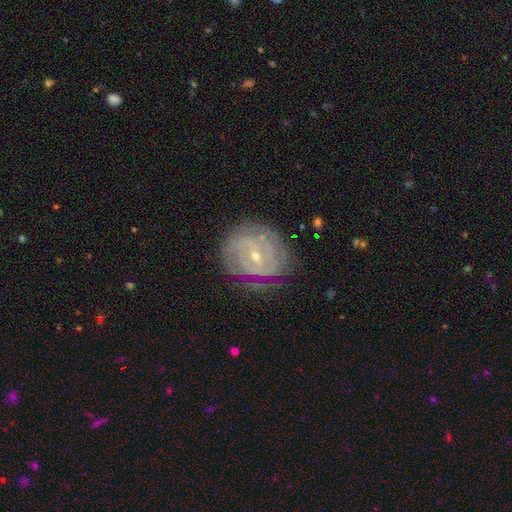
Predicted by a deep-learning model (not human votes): Smooth or featured?
  - featured or disk: 84% *
  - smooth: 9%
  - star or artifact: 7%
Edge-on disk?
  - no: 97% *
  - yes: 3%
Bar?
  - weak: 45% *
  - no: 38%
  - strong: 17%
Spiral arms?
  - yes: 94% *
  - no: 6%
Spiral winding?
  - tight: 77% *
  - medium: 19%
  - loose: 4%
Spiral arm count?
  - can't tell: 34% *
  - 2: 28%
  - 3: 17%
  - 4: 10%
  - more than 4: 6%
  - 1: 5%
Bulge size?
  - small: 69% *
  - moderate: 28%
  - none: 1%
  - large: 1%
  - dominant: 1%
Merging?
  - none: 75% *
  - minor disturbance: 17%
  - major disturbance: 7%
  - merger: 1%